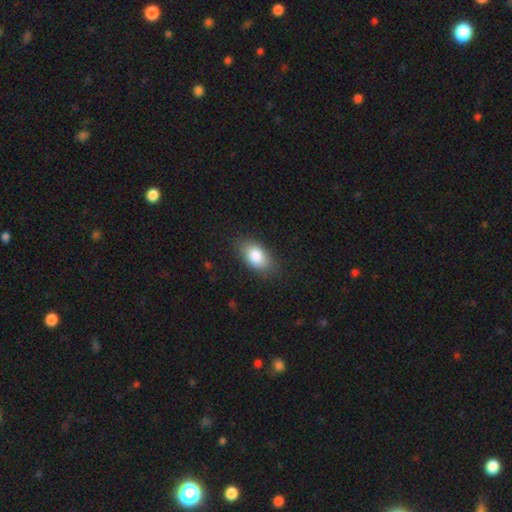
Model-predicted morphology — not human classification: This appears to be a smooth galaxy with no disk features (84%) that is in between round and cigar-shaped (91%). Merging: none (81%).